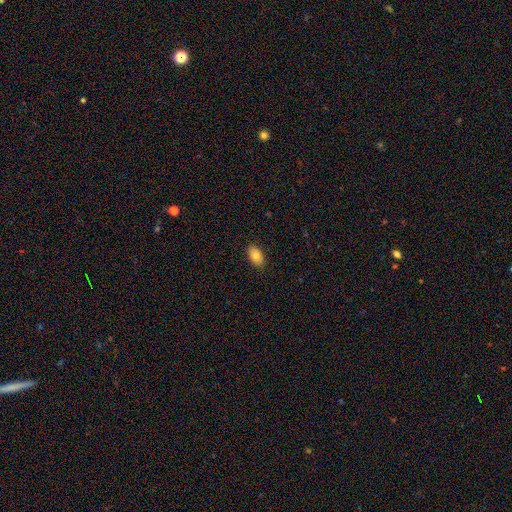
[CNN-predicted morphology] This appears to be a smooth galaxy with no disk features (82%) that is in between round and cigar-shaped (92%). Merging: none (89%).